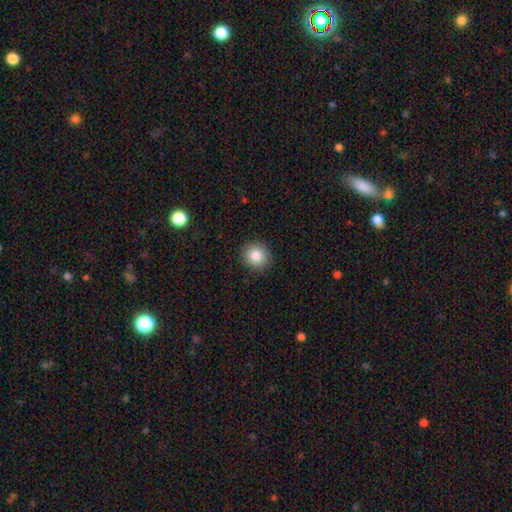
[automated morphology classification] A smooth galaxy with no disk features (84%) that is round (87%). Merging: none (91%).